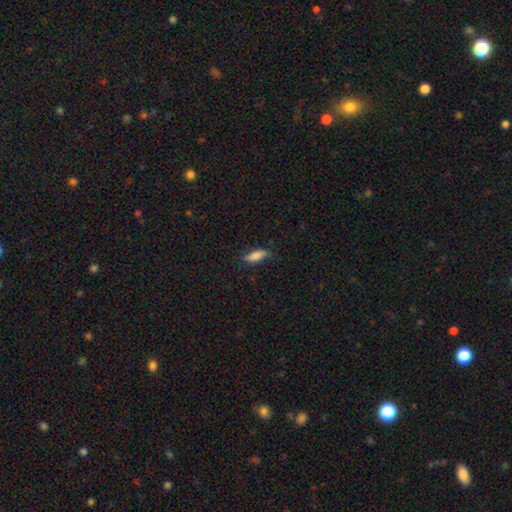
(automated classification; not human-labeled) The model was most divided on "how rounded": in between: 67%, cigar-shaped: 30%, round: 2%. More confident: smooth or featured — smooth (81%); merging — none (68%).